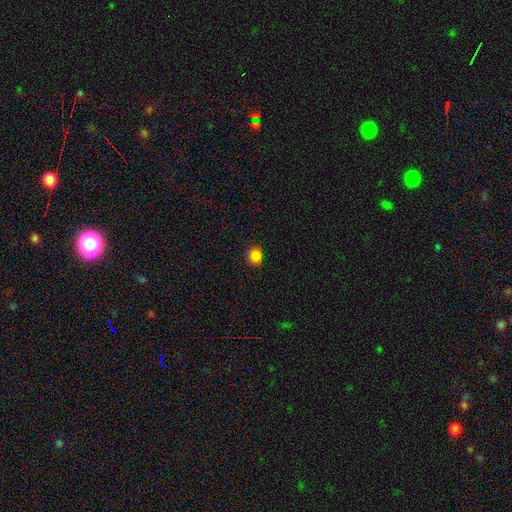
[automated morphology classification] This is likely a smooth galaxy (77%). How rounded: likely round (73%). Merging: likely none (79%).